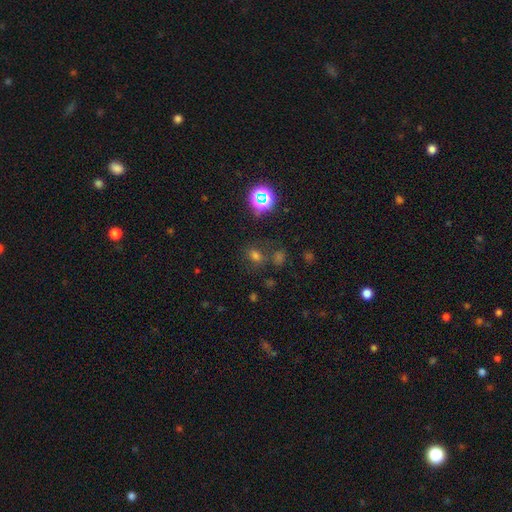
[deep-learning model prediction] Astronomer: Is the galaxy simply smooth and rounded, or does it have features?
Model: smooth — 55% (runner-up: star or artifact, 37%).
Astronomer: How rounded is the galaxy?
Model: in between — 50% (runner-up: round, 48%).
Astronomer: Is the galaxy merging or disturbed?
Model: none — 67%.